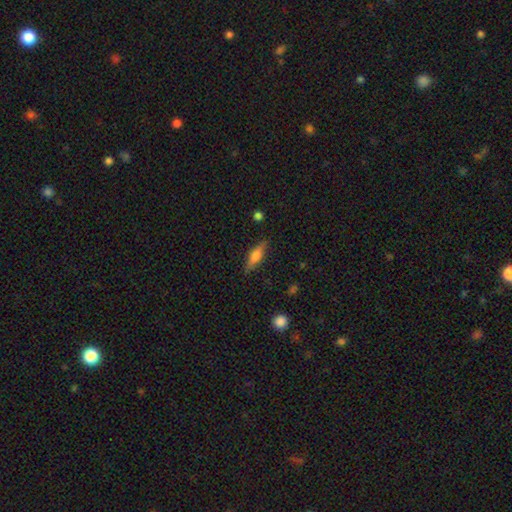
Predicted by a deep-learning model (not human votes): Q: Smooth or featured?
A: smooth (49%); runner-up: featured or disk (44%)
Q: Merging?
A: none (86%); runner-up: minor disturbance (10%)